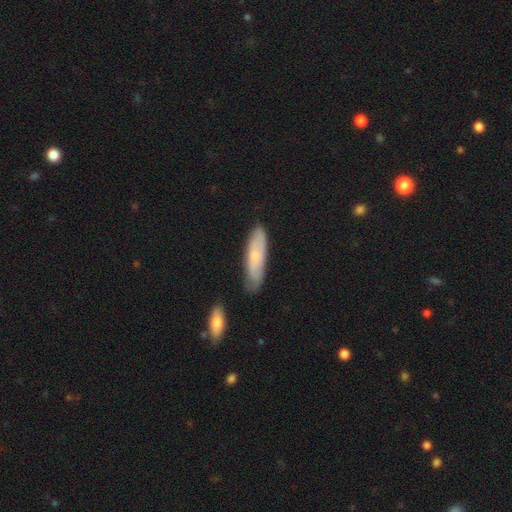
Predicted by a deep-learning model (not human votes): Smooth or featured? Predicted: smooth (p=0.60). How rounded? Predicted: cigar-shaped (p=0.60). Merging? Predicted: none (p=0.75).